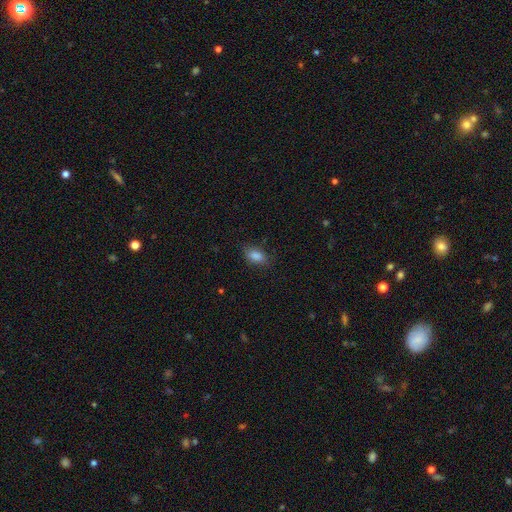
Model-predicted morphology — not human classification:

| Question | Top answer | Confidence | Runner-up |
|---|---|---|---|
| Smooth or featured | smooth | 86% | star or artifact (9%) |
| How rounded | in between | 88% | round (9%) |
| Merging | none | 81% | minor disturbance (14%) |